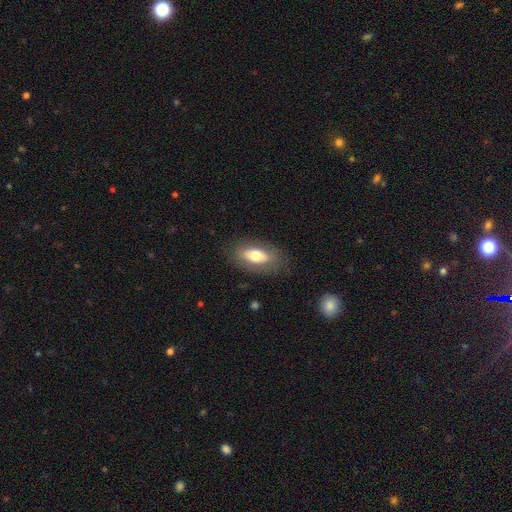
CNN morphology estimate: Q: Smooth or featured?
A: smooth (64%); runner-up: featured or disk (29%)
Q: How rounded?
A: in between (88%); runner-up: cigar-shaped (7%)
Q: Merging?
A: none (81%); runner-up: minor disturbance (13%)